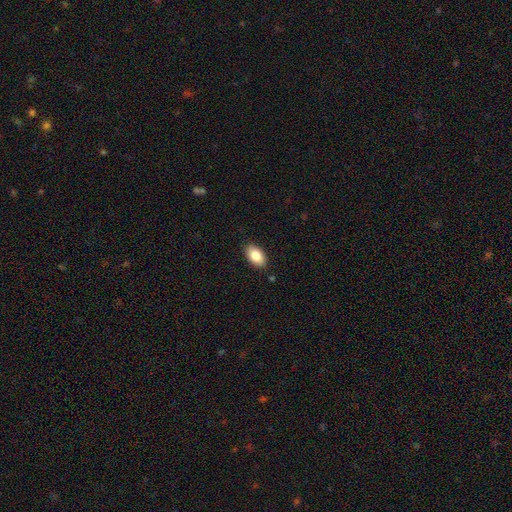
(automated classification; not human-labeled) Overall: smooth (86%). How rounded: in between (93%). Merging: none (88%).